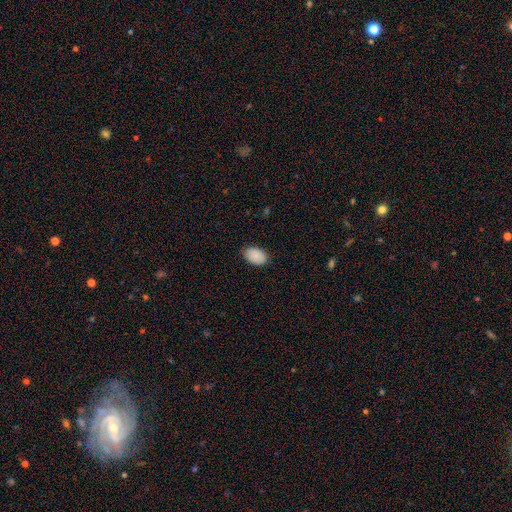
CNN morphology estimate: A smooth galaxy with no disk features (89%) that is in between round and cigar-shaped (90%).

Vote fractions:
- Smooth or featured? smooth: 89% / star or artifact: 7% / featured or disk: 4%
- How rounded? in between: 90% / round: 9% / cigar-shaped: 1%
- Merging? none: 85% / minor disturbance: 12% / major disturbance: 2% / merger: 1%